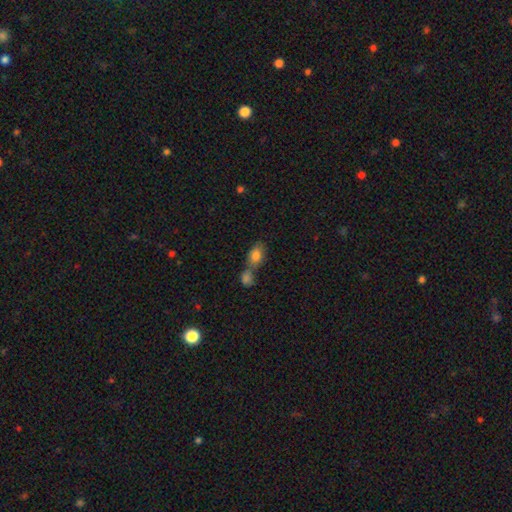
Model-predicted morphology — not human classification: Smooth or featured? Predicted: smooth (p=0.82). How rounded? Predicted: in between (p=0.84). Merging? Predicted: merger (p=0.55).